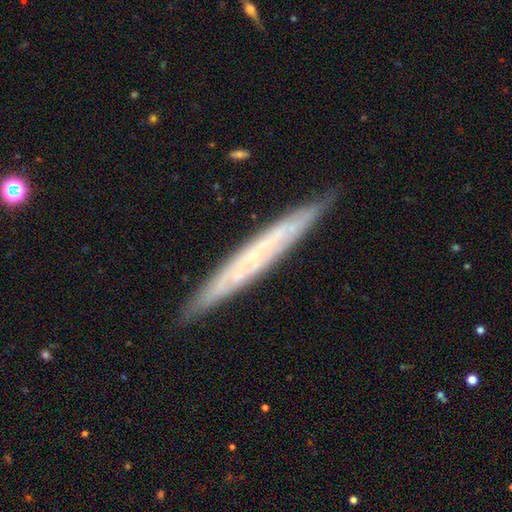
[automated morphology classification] Smooth or featured: featured or disk — 68% (smooth — 25%)
Edge-on disk: yes — 83% (no — 17%)
Edge-on bulge: none — 72% (rounded — 24%)
Merging: none — 87% (minor disturbance — 10%)